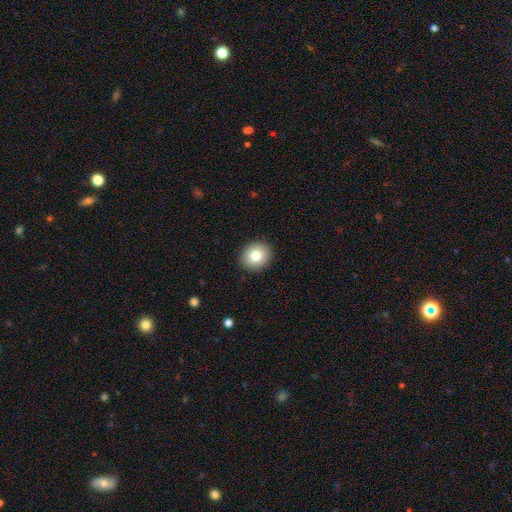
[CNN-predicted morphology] Smooth or featured: smooth — 81% (featured or disk — 10%)
How rounded: round — 78% (in between — 21%)
Merging: none — 92% (minor disturbance — 6%)